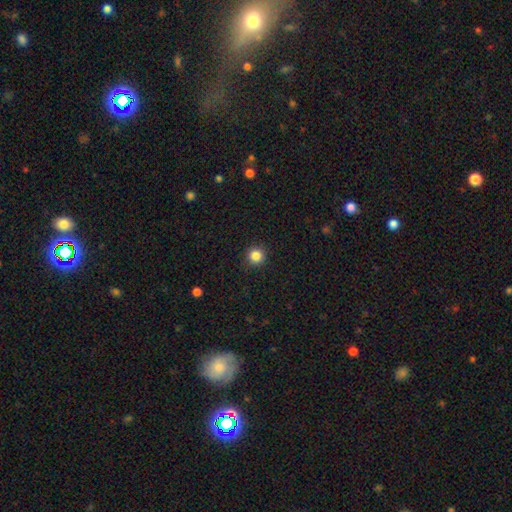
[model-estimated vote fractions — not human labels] The model was most divided on "smooth or featured": smooth: 85%, star or artifact: 11%, featured or disk: 4%. More confident: how rounded — round (95%); merging — none (91%).